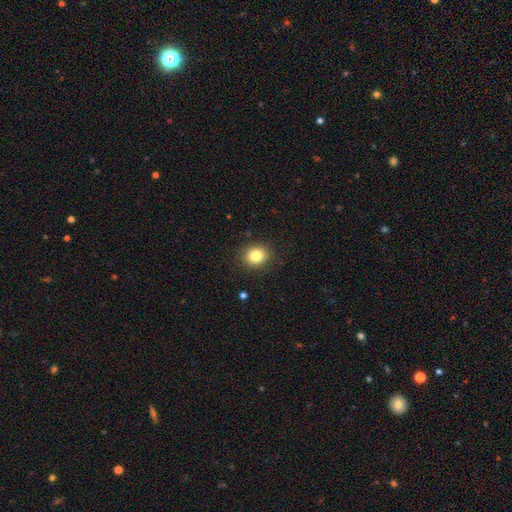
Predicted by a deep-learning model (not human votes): Q: Smooth or featured?
A: smooth (84%); runner-up: star or artifact (10%)
Q: How rounded?
A: round (69%); runner-up: in between (30%)
Q: Merging?
A: none (89%); runner-up: minor disturbance (8%)